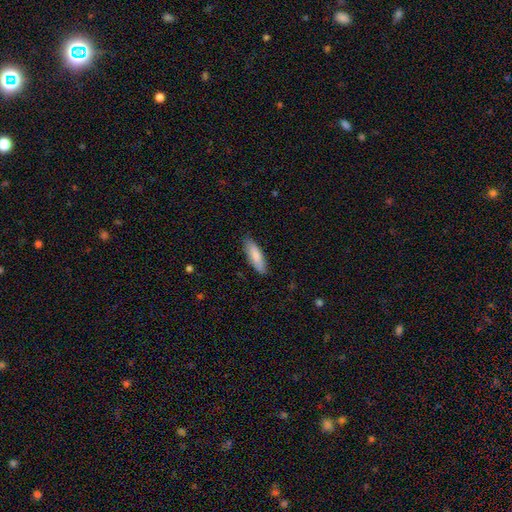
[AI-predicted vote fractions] smooth_or_featured: smooth (p=0.82) [alt: featured or disk p=0.12]
how_rounded: cigar-shaped (p=0.53) [alt: in between p=0.45]
merging: none (p=0.87) [alt: minor disturbance p=0.10]